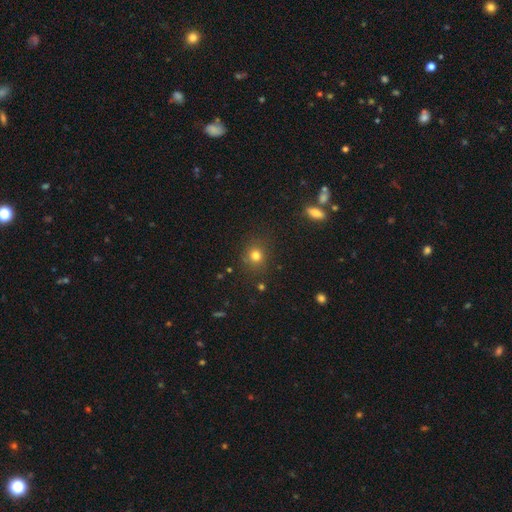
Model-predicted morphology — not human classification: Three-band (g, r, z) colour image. It shows a smooth galaxy with no disk features (77%) that is round (84%). Merging: none (84%).